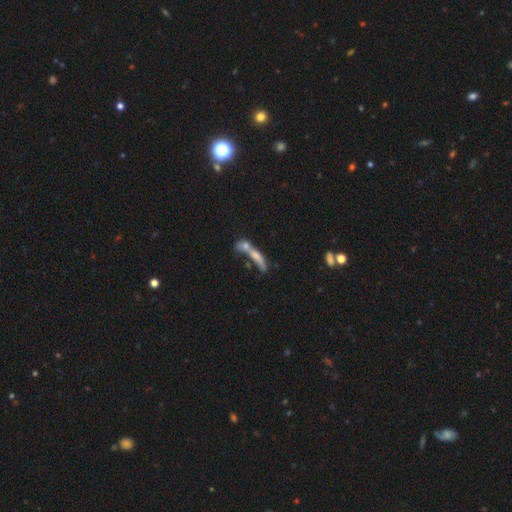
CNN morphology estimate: Smooth or featured?
  - smooth: 60% *
  - featured or disk: 29%
  - star or artifact: 11%
How rounded?
  - cigar-shaped: 74% *
  - in between: 22%
  - round: 5%
Merging?
  - merger: 53% *
  - none: 26%
  - major disturbance: 10%
  - minor disturbance: 10%